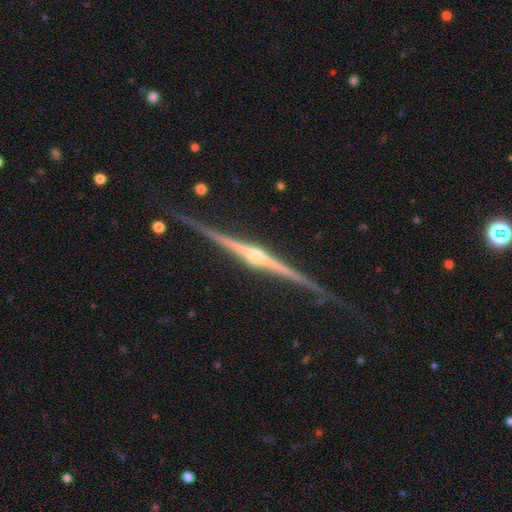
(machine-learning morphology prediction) Smooth or featured: featured or disk — 91% (star or artifact — 5%)
Edge-on disk: yes — 99% (no — 1%)
Edge-on bulge: rounded — 91% (none — 6%)
Merging: none — 83% (minor disturbance — 13%)